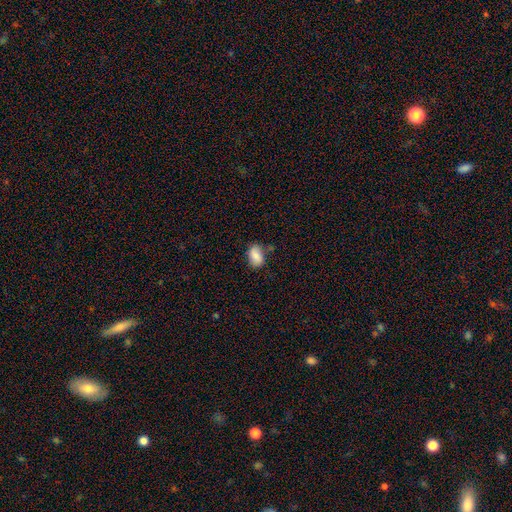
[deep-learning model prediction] smooth-or-featured: smooth: 81% | featured or disk: 11% | star or artifact: 8%
  how-rounded: in between: 86% | round: 12% | cigar-shaped: 2%
  merging: none: 69% | minor disturbance: 22% | merger: 5% | major disturbance: 5%